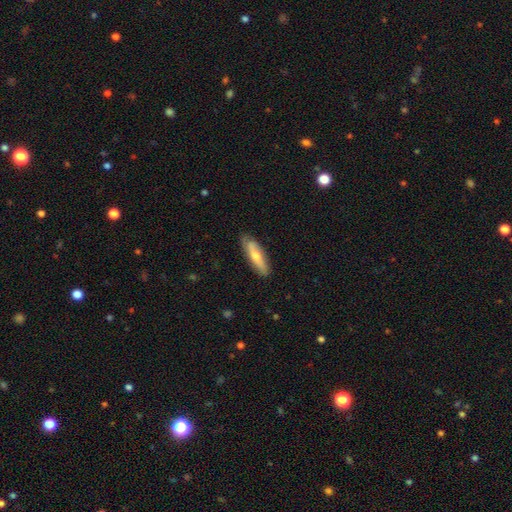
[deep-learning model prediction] Smooth or featured? smooth (52%)
How rounded? cigar-shaped (62%)
Merging? none (82%)